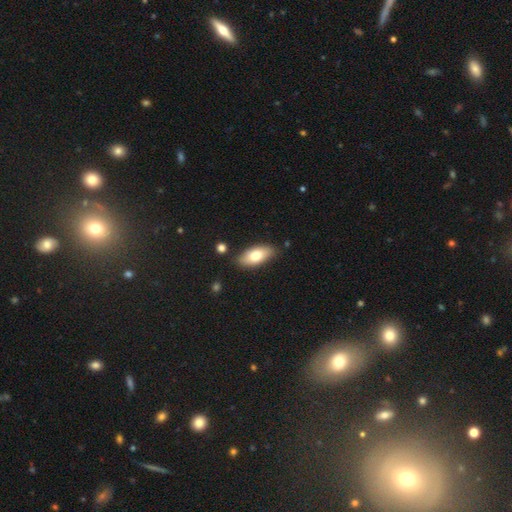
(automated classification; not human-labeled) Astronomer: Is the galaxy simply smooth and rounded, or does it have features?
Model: smooth — 73%.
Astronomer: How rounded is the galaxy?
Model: in between — 88%.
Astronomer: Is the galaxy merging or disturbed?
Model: none — 82%.